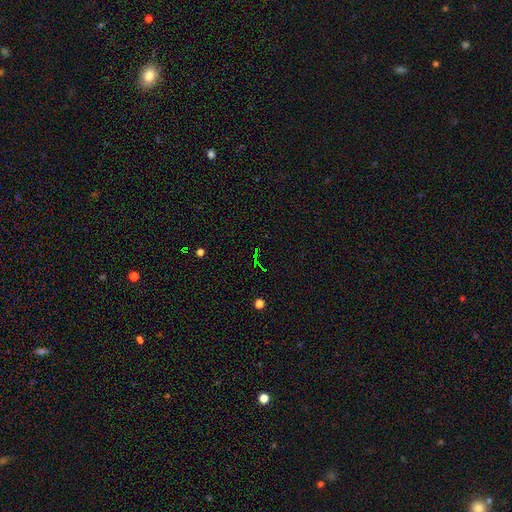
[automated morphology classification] smooth-or-featured: star or artifact: 75% | smooth: 14% | featured or disk: 11%